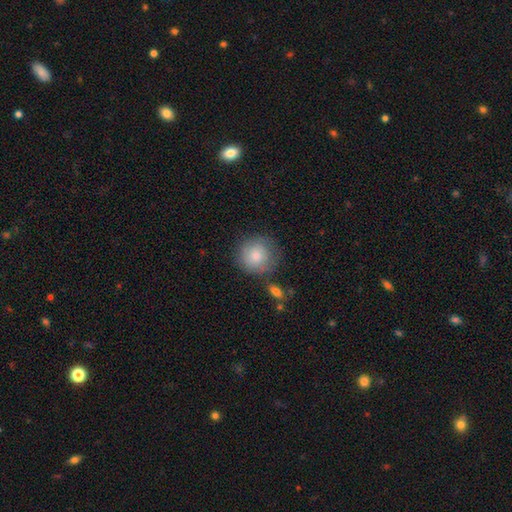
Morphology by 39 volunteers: smooth_or_featured: smooth (p=0.85) [alt: star or artifact p=0.10]
how_rounded: round (p=0.94) [alt: in between p=0.06]
merging: none (p=0.80) [alt: minor disturbance p=0.11]